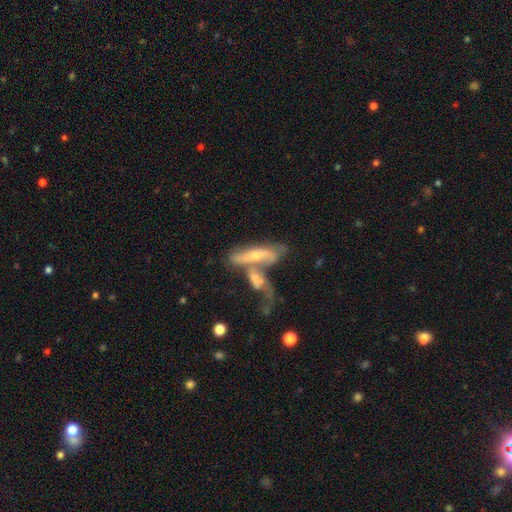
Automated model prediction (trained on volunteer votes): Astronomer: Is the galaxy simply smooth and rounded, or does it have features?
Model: featured or disk — 61%.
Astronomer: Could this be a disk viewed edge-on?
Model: no — 51% (runner-up: yes, 49%).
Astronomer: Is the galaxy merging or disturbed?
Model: merger — 51% (runner-up: none, 27%).